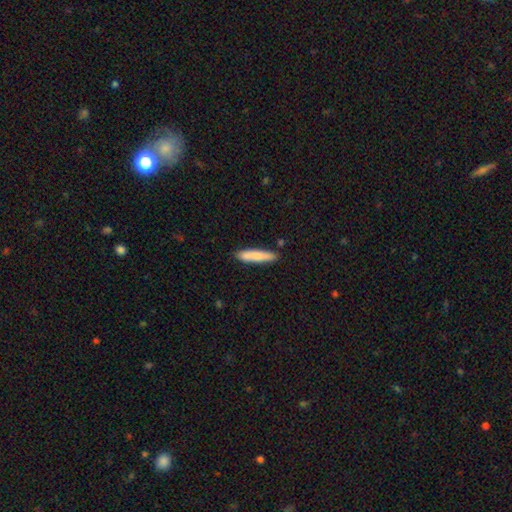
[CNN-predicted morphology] Smooth or featured: smooth — 80% (featured or disk — 14%)
How rounded: cigar-shaped — 86% (in between — 12%)
Merging: none — 83% (minor disturbance — 12%)